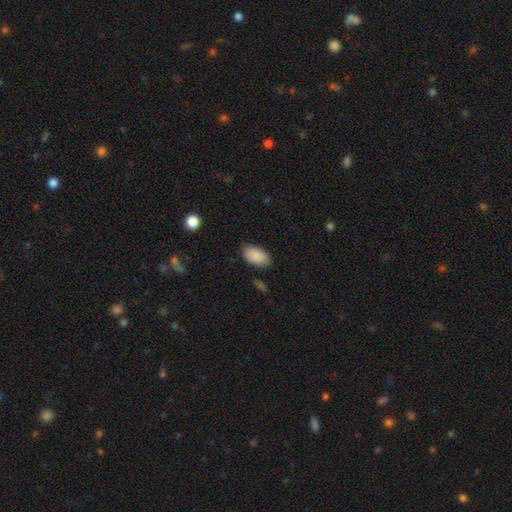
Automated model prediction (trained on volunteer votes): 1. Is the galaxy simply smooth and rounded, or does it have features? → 89% smooth, 6% star or artifact, 5% featured or disk.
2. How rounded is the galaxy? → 94% in between, 4% round, 2% cigar-shaped.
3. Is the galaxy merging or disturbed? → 84% none, 12% minor disturbance, 3% major disturbance, 1% merger.